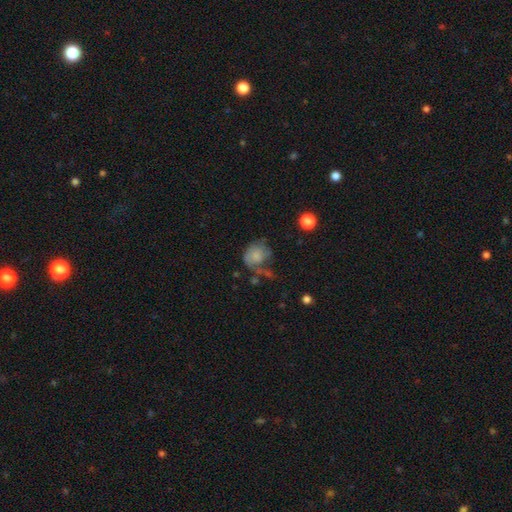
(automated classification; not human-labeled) smooth 65%, featured or disk 26%, star or artifact 9%. Down the decision tree: how rounded — round (62%); merging — none (34%).